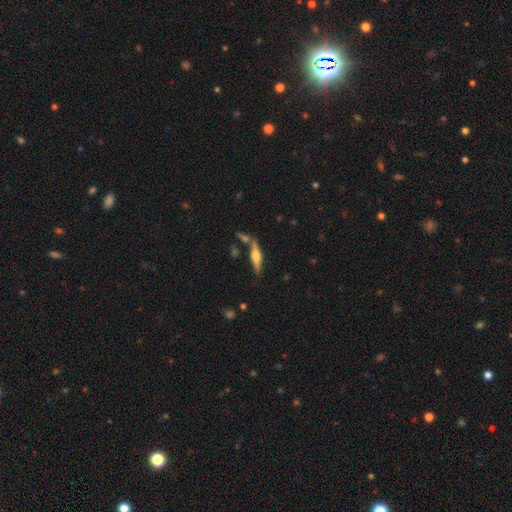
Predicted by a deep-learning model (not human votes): smooth_or_featured: featured or disk (p=0.64) [alt: smooth p=0.30]
disk_edge_on: yes (p=0.96) [alt: no p=0.04]
edge_on_bulge: rounded (p=0.89) [alt: boxy p=0.08]
merging: none (p=0.75) [alt: minor disturbance p=0.11]